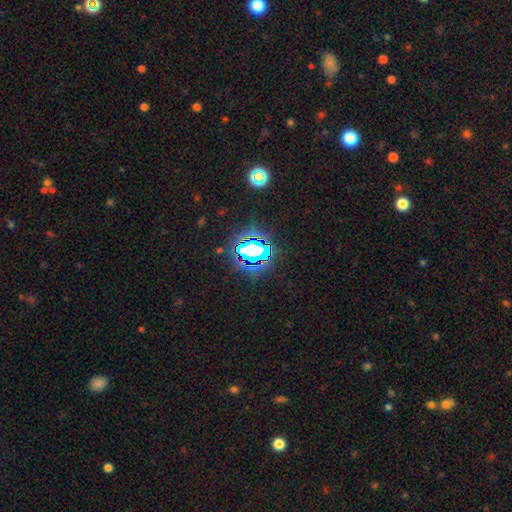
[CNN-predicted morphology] Smooth or featured?
  - star or artifact: 83% *
  - smooth: 10%
  - featured or disk: 7%